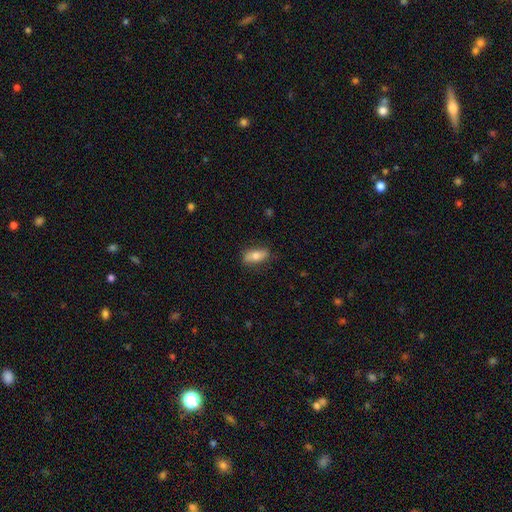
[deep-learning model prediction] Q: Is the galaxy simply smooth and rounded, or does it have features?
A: smooth — 69%.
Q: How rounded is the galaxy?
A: in between — 79%.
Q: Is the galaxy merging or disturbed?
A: none — 82%.